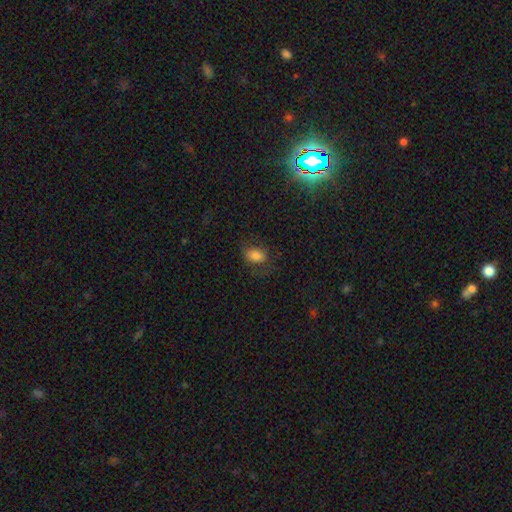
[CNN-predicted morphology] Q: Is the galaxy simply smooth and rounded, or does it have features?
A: smooth — 78%.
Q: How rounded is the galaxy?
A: in between — 77%.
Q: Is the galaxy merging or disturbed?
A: none — 72%.